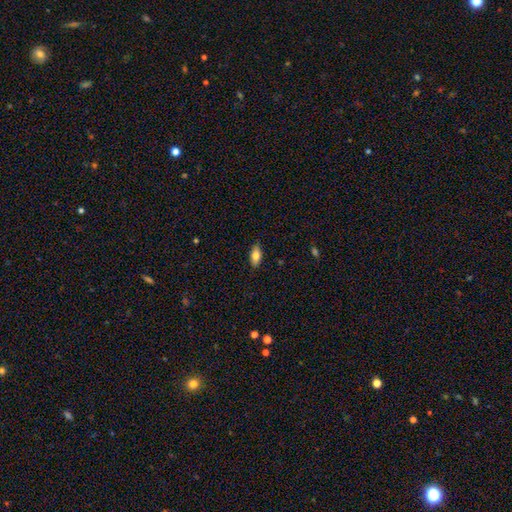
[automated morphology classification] Smooth or featured?
  - smooth: 78% *
  - featured or disk: 15%
  - star or artifact: 7%
How rounded?
  - in between: 86% *
  - cigar-shaped: 10%
  - round: 3%
Merging?
  - none: 86% *
  - minor disturbance: 11%
  - major disturbance: 2%
  - merger: 1%